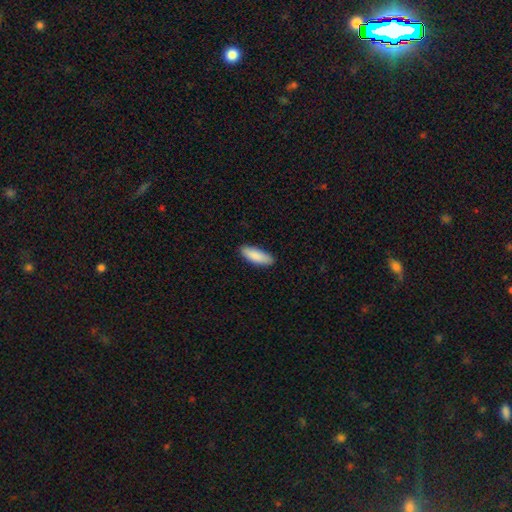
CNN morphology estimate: This appears to be a smooth galaxy with no disk features (89%) that is in between round and cigar-shaped (62%). Merging: none (87%).